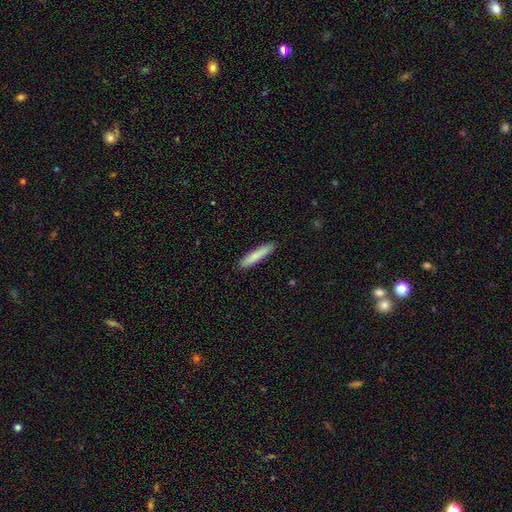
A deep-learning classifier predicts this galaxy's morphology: smooth-or-featured: smooth: 81% | featured or disk: 13% | star or artifact: 6%
  how-rounded: cigar-shaped: 90% | in between: 9% | round: 1%
  merging: none: 90% | minor disturbance: 7% | major disturbance: 1% | merger: 1%